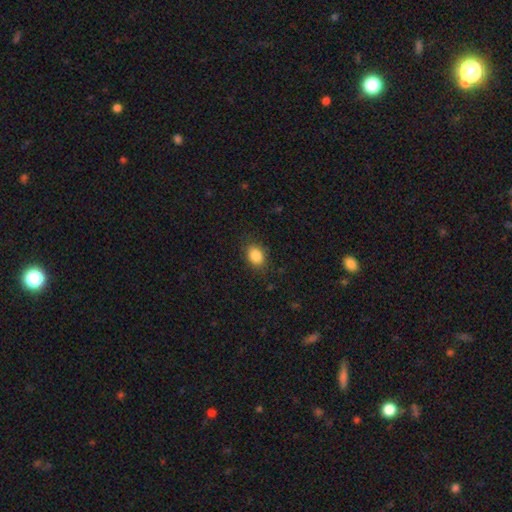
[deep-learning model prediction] smooth-or-featured: smooth: 86% | star or artifact: 9% | featured or disk: 4%
  how-rounded: in between: 64% | round: 35% | cigar-shaped: 1%
  merging: none: 84% | minor disturbance: 11% | major disturbance: 3% | merger: 1%